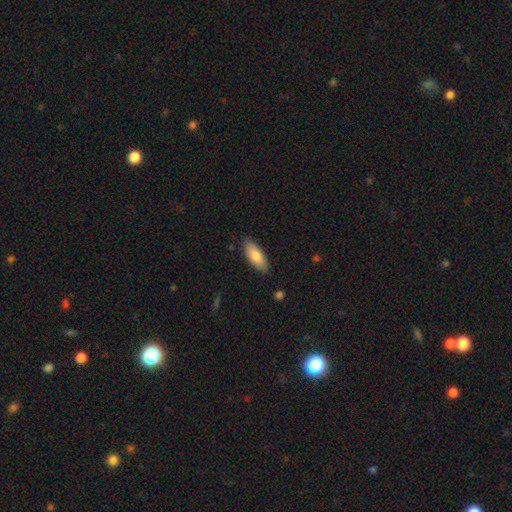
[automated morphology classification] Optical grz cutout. It shows a smooth galaxy with no disk features (81%) that is in between round and cigar-shaped (77%). Merging: none (86%).